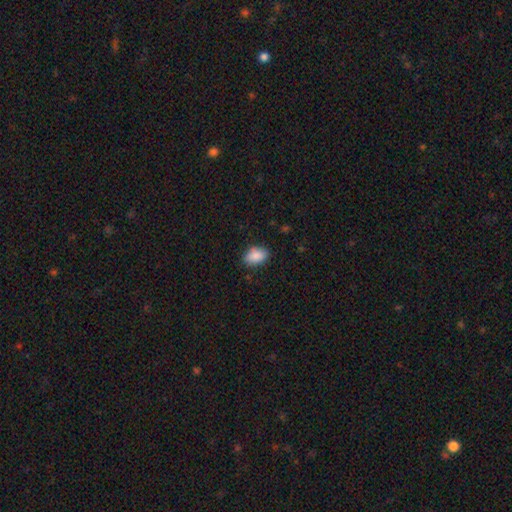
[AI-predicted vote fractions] smooth-or-featured: smooth: 88% | star or artifact: 7% | featured or disk: 4%
  how-rounded: in between: 89% | round: 9% | cigar-shaped: 2%
  merging: none: 83% | minor disturbance: 13% | major disturbance: 3% | merger: 1%